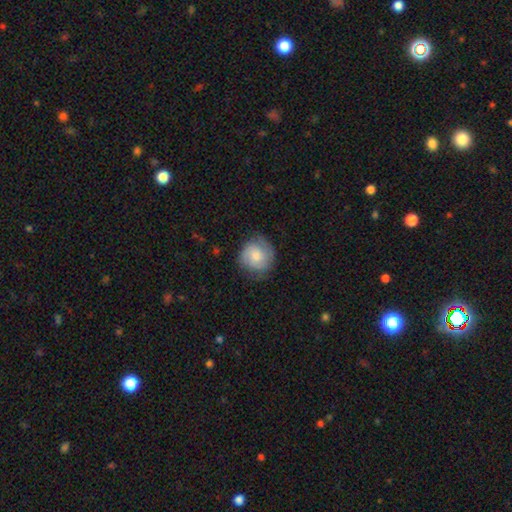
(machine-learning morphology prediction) smooth_or_featured: smooth (p=0.63) [alt: featured or disk p=0.31]
how_rounded: round (p=0.88) [alt: in between p=0.11]
merging: none (p=0.68) [alt: minor disturbance p=0.24]